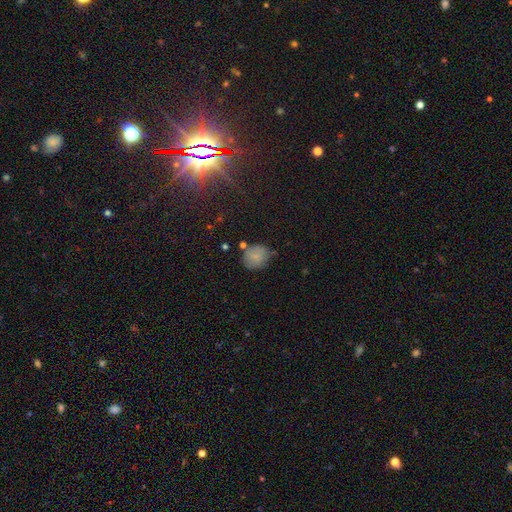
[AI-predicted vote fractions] smooth-or-featured: smooth: 80% | star or artifact: 11% | featured or disk: 9%
  how-rounded: round: 73% | in between: 26% | cigar-shaped: 1%
  merging: none: 70% | minor disturbance: 18% | merger: 7% | major disturbance: 5%